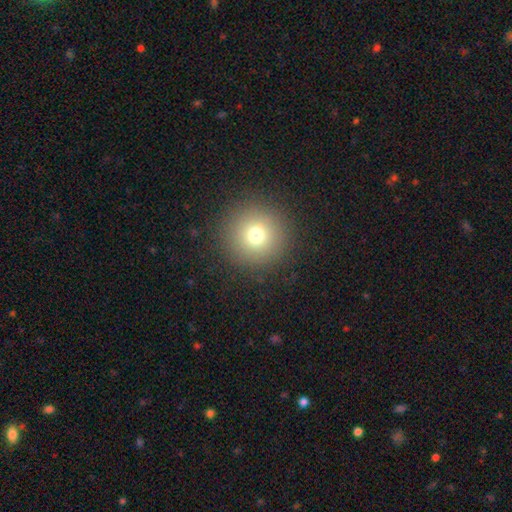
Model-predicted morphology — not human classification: Smooth or featured: smooth — 72% (star or artifact — 20%)
How rounded: round — 96% (in between — 3%)
Merging: none — 93% (minor disturbance — 4%)